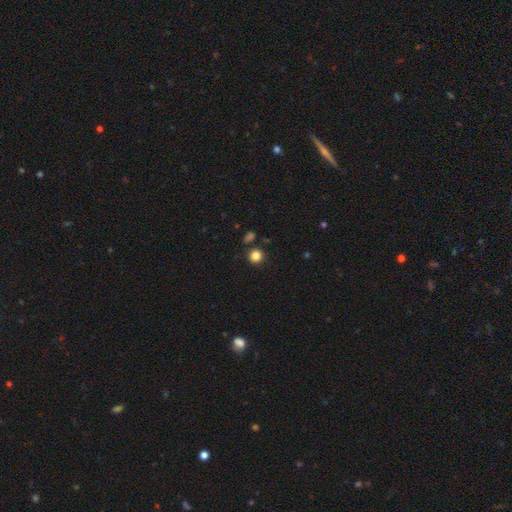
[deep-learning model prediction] Morphology: type=smooth (84%); roundness=round (91%); merging=none (86%).